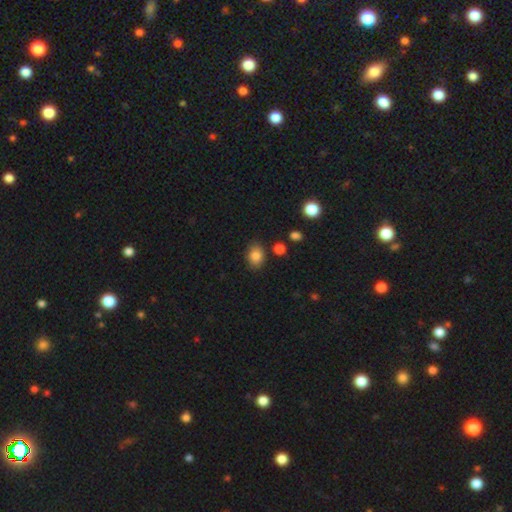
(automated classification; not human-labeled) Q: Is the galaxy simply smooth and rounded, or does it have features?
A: smooth — 84%.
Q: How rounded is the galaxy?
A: in between — 67%.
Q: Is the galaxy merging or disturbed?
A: none — 83%.